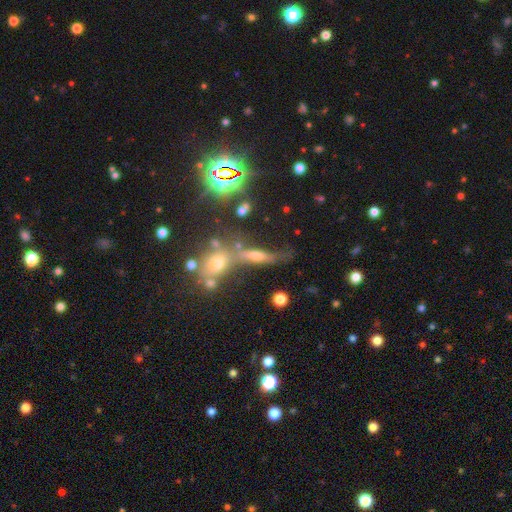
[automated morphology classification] type=smooth (51%); roundness=cigar-shaped (53%); merging=none (40%).